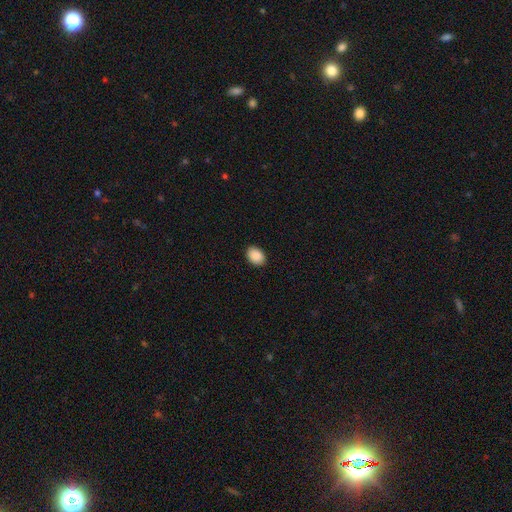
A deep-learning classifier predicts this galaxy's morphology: This is clearly a smooth galaxy (91%). How rounded: likely in between (78%). Merging: clearly none (90%).